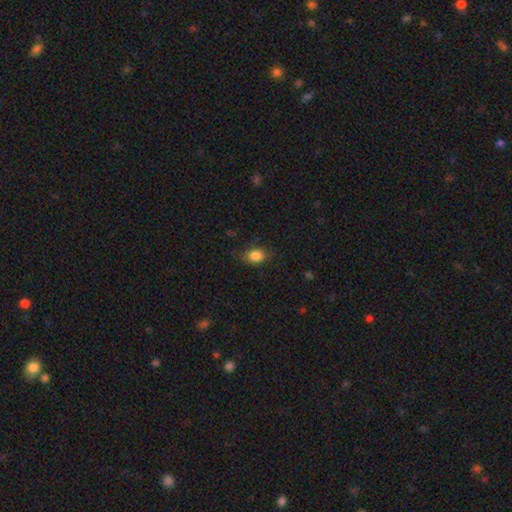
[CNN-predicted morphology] Overall: smooth (85%). How rounded: in between (68%; round 30%). Merging: none (78%).